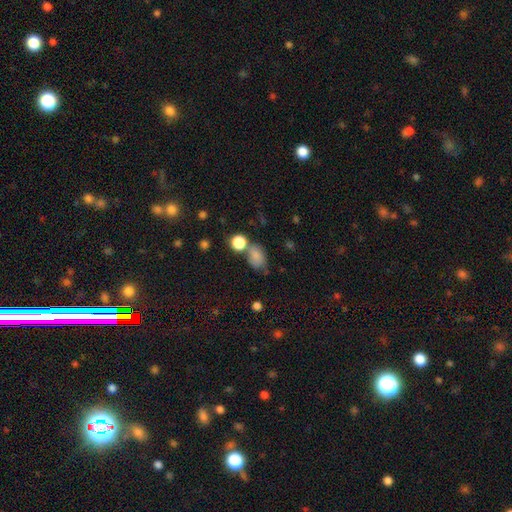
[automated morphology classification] Smooth or featured?
  - smooth: 78% *
  - star or artifact: 12%
  - featured or disk: 9%
How rounded?
  - in between: 67% *
  - round: 31%
  - cigar-shaped: 2%
Merging?
  - none: 44% *
  - merger: 26%
  - minor disturbance: 20%
  - major disturbance: 9%